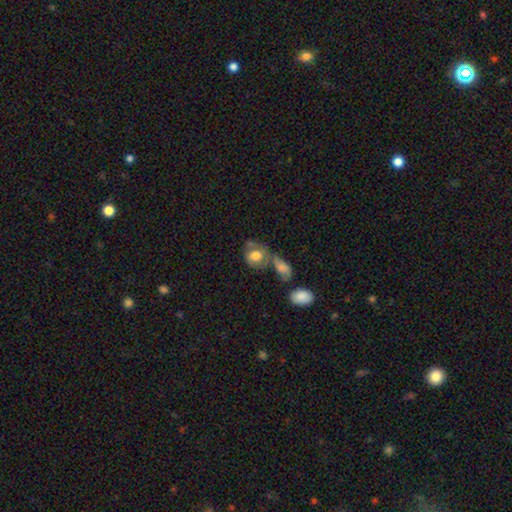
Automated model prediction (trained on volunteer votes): Q: Smooth or featured?
A: smooth (66%); runner-up: featured or disk (27%)
Q: How rounded?
A: in between (49%); tied with: round (49%)
Q: Merging?
A: none (35%); runner-up: merger (33%)